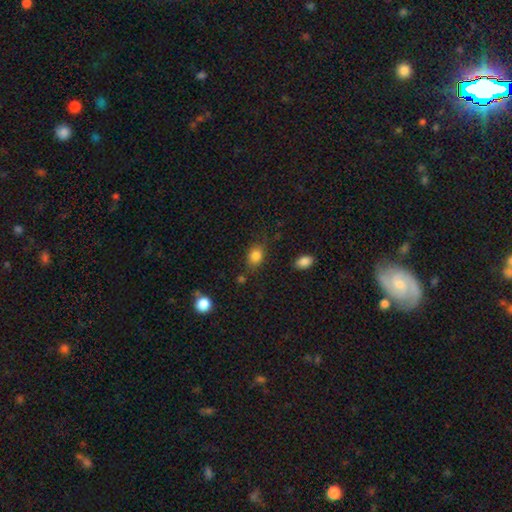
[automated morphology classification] Smooth or featured?
  - smooth: 83% *
  - star or artifact: 10%
  - featured or disk: 7%
How rounded?
  - in between: 63% *
  - round: 35%
  - cigar-shaped: 2%
Merging?
  - none: 72% *
  - minor disturbance: 18%
  - major disturbance: 5%
  - merger: 4%